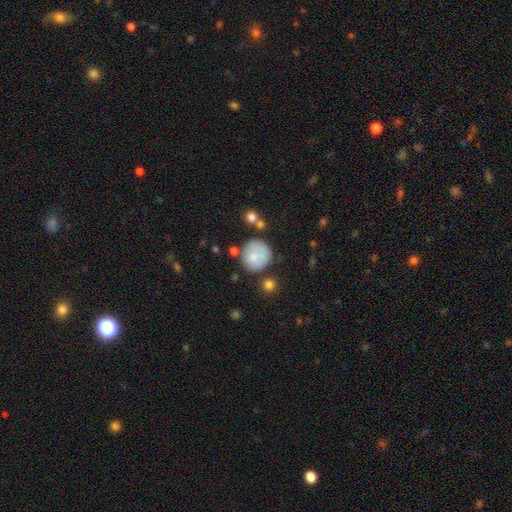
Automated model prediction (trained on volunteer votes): Morphology: type=smooth (78%); roundness=round (90%); merging=none (68%).